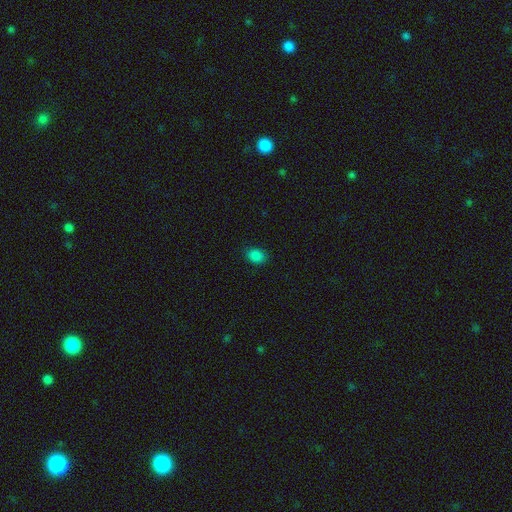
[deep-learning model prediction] smooth_or_featured: smooth (p=0.84) [alt: star or artifact p=0.12]
how_rounded: in between (p=0.69) [alt: round p=0.30]
merging: none (p=0.86) [alt: minor disturbance p=0.11]